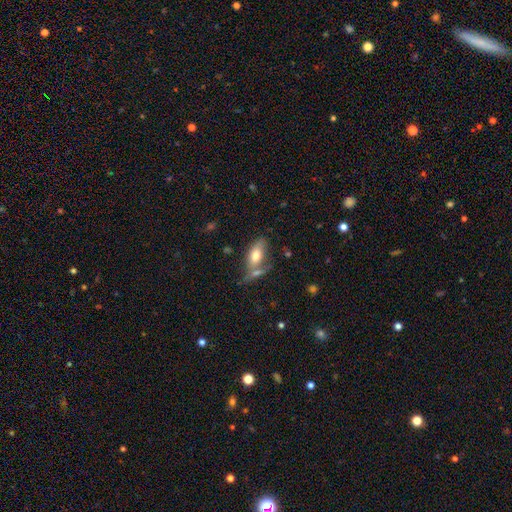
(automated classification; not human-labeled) smooth 70%, featured or disk 22%, star or artifact 7%. Down the decision tree: how rounded — in between (86%); merging — none (43%).